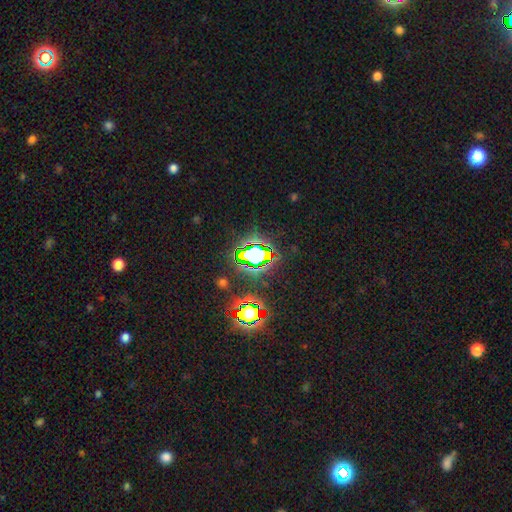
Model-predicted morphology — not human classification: smooth_or_featured: star or artifact (p=0.71) [alt: smooth p=0.17]